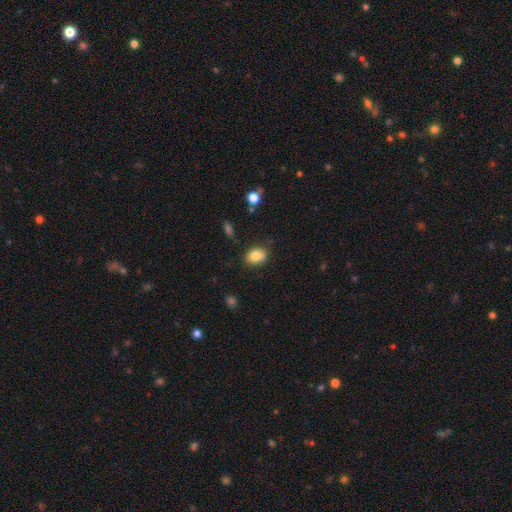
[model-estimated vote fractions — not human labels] A smooth galaxy with no disk features (82%) that is in between round and cigar-shaped (64%). Merging: none (71%).